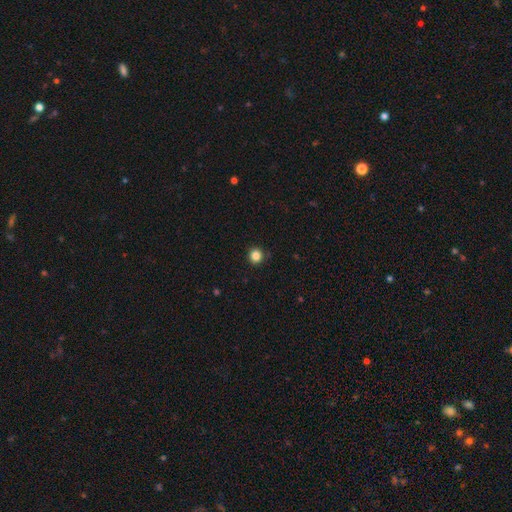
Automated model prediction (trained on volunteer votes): This is clearly a smooth galaxy (85%). How rounded: clearly round (92%). Merging: clearly none (90%).